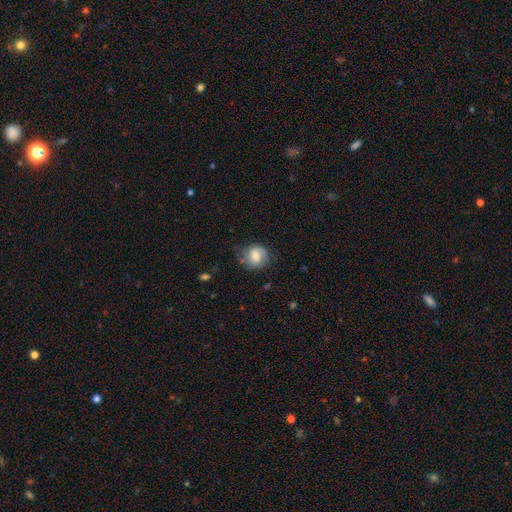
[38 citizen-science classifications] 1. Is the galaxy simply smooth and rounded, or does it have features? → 55% smooth, 39% featured or disk, 5% star or artifact.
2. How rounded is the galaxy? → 67% round, 33% in between, 0% cigar-shaped.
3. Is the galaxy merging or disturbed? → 53% none, 36% minor disturbance, 11% major disturbance, 0% merger.